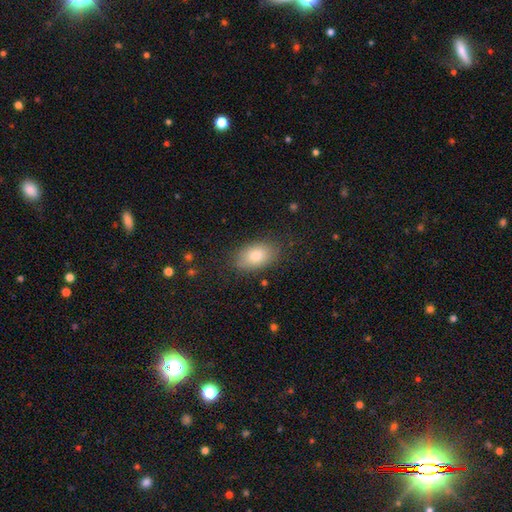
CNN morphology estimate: The model was most divided on "smooth or featured": smooth: 80%, featured or disk: 12%, star or artifact: 8%. More confident: how rounded — in between (90%); merging — none (82%).